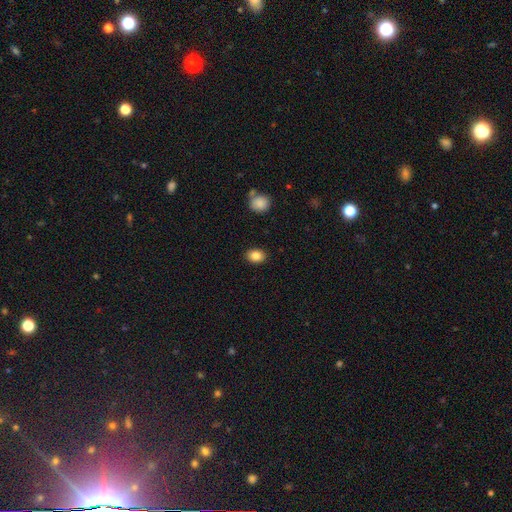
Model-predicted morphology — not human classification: Smooth or featured? smooth (86%)
How rounded? in between (65%)
Merging? none (89%)